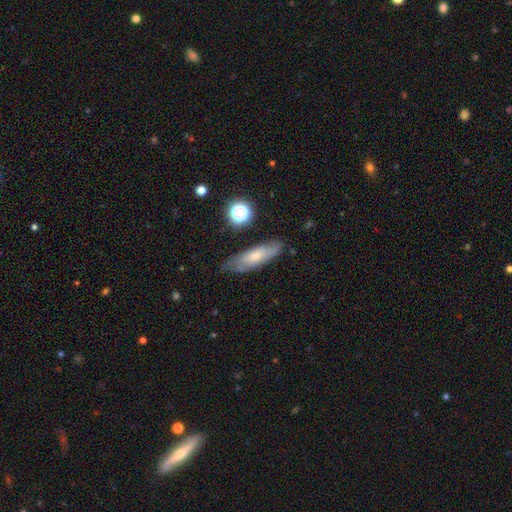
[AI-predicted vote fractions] smooth-or-featured: smooth: 48% | featured or disk: 43% | star or artifact: 9%
  merging: none: 72% | minor disturbance: 21% | major disturbance: 5% | merger: 2%